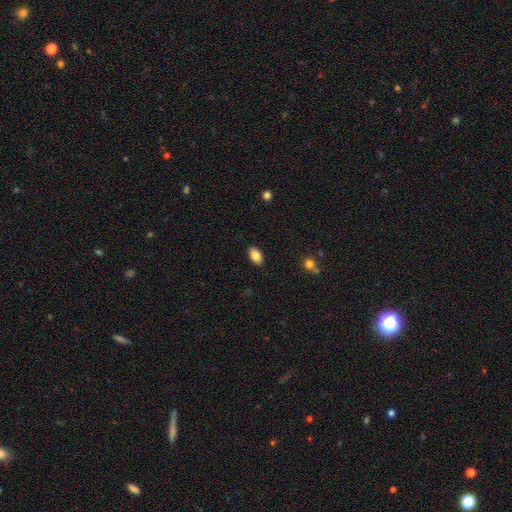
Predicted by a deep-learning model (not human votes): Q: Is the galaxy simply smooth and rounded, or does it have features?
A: smooth — 84%.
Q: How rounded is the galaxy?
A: in between — 92%.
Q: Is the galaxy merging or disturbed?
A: none — 88%.